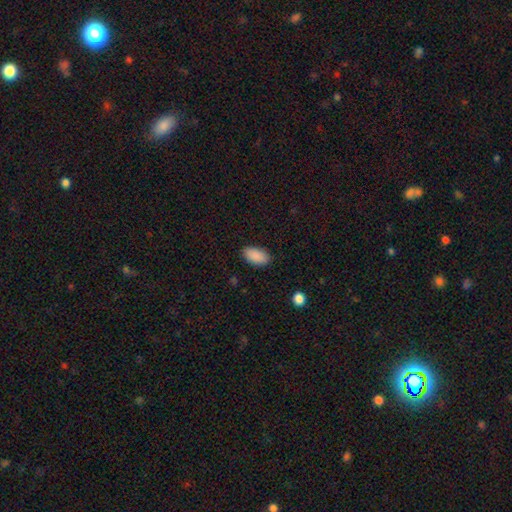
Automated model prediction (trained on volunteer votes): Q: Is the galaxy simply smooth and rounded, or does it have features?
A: smooth — 90%.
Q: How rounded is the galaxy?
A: in between — 94%.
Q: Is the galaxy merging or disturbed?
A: none — 87%.